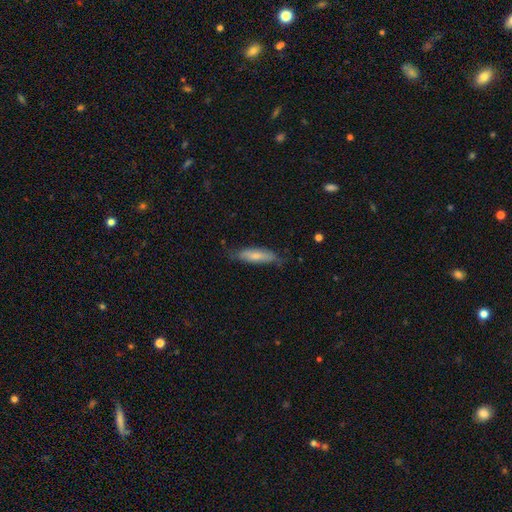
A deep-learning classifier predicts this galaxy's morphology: A smooth galaxy with no disk features (67%) that is cigar-shaped (59%). Merging: none (67%).